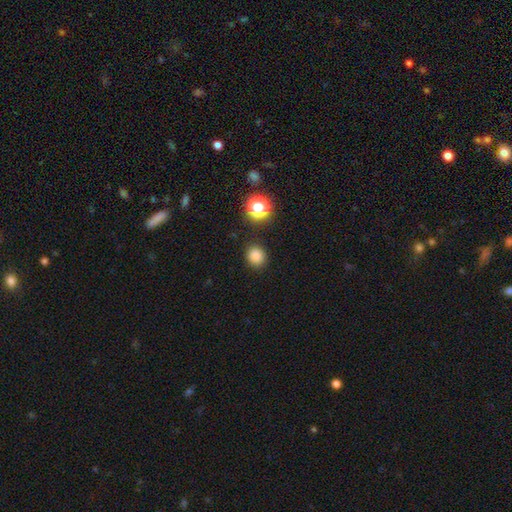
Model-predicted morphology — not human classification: smooth-or-featured: smooth: 82% | star or artifact: 14% | featured or disk: 4%
  how-rounded: round: 83% | in between: 16% | cigar-shaped: 1%
  merging: none: 87% | minor disturbance: 8% | major disturbance: 3% | merger: 2%